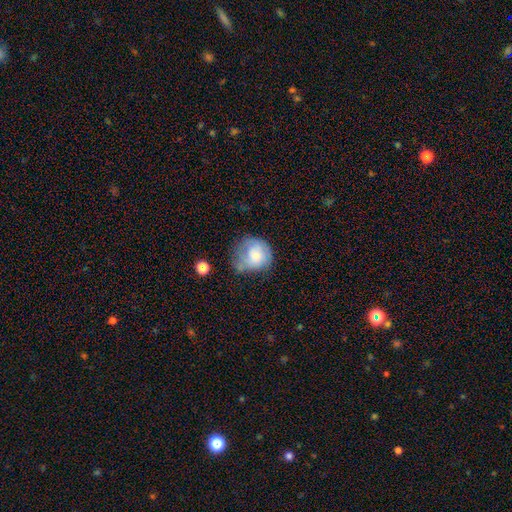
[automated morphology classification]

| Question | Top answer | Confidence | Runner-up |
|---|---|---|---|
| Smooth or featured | smooth | 65% | featured or disk (27%) |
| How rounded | round | 73% | in between (26%) |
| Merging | minor disturbance | 35% | none (32%) |